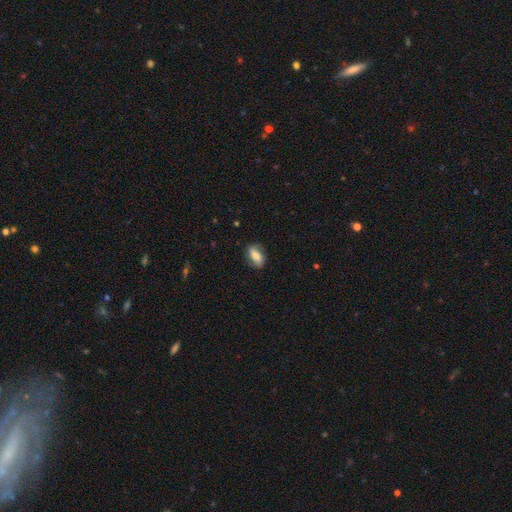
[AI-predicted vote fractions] This is possibly a smooth galaxy (56%). How rounded: clearly in between (86%). Merging: likely none (77%).